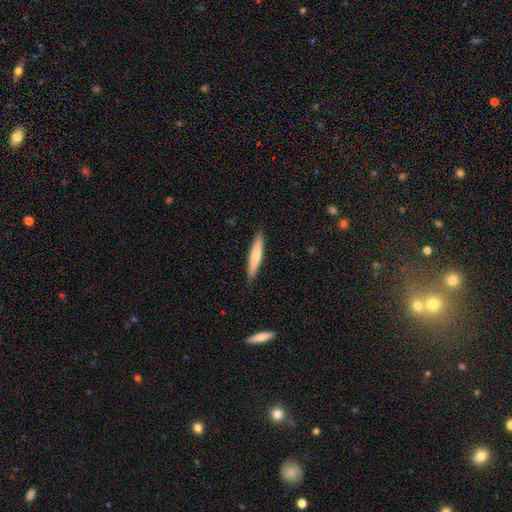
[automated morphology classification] Smooth or featured?
  - smooth: 67% *
  - featured or disk: 28%
  - star or artifact: 5%
How rounded?
  - cigar-shaped: 93% *
  - in between: 6%
  - round: 1%
Merging?
  - none: 89% *
  - minor disturbance: 8%
  - major disturbance: 1%
  - merger: 1%